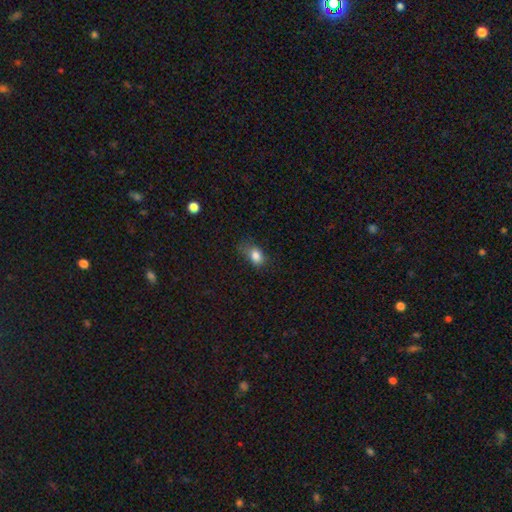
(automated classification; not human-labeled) Q: Smooth or featured?
A: smooth (83%); runner-up: star or artifact (10%)
Q: How rounded?
A: in between (75%); runner-up: round (23%)
Q: Merging?
A: none (55%); runner-up: minor disturbance (30%)